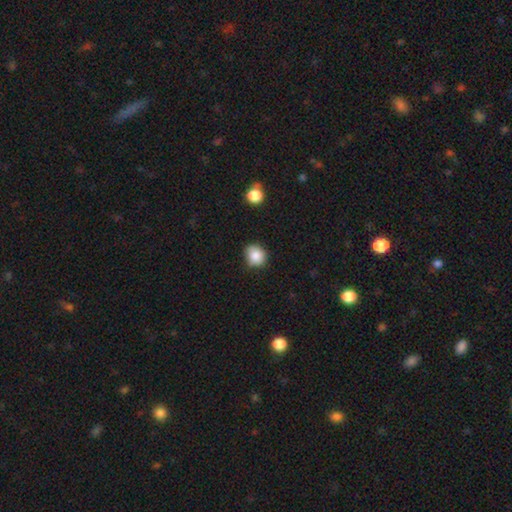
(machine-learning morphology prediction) smooth 85%, star or artifact 9%, featured or disk 6%. Down the decision tree: how rounded — round (71%); merging — none (67%).